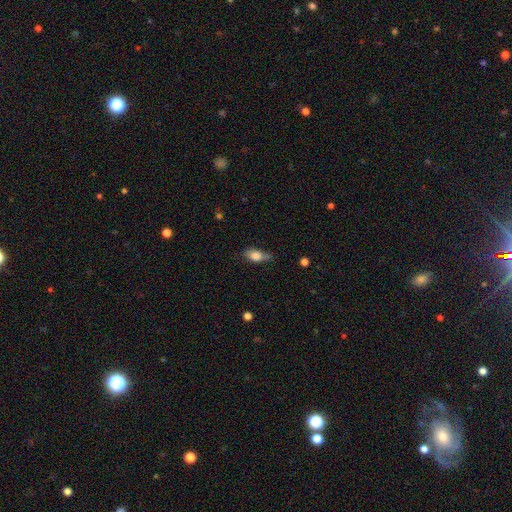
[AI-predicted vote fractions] Smooth or featured: smooth — 76% (featured or disk — 16%)
How rounded: in between — 82% (cigar-shaped — 10%)
Merging: none — 51% (minor disturbance — 35%)